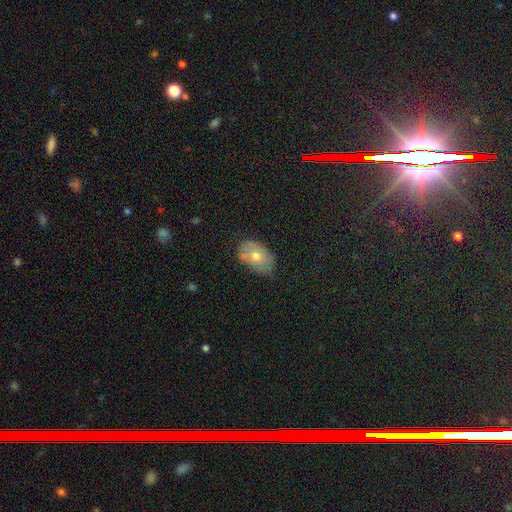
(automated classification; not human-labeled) Smooth or featured: smooth — 47% (featured or disk — 36%)
Merging: none — 68% (minor disturbance — 24%)